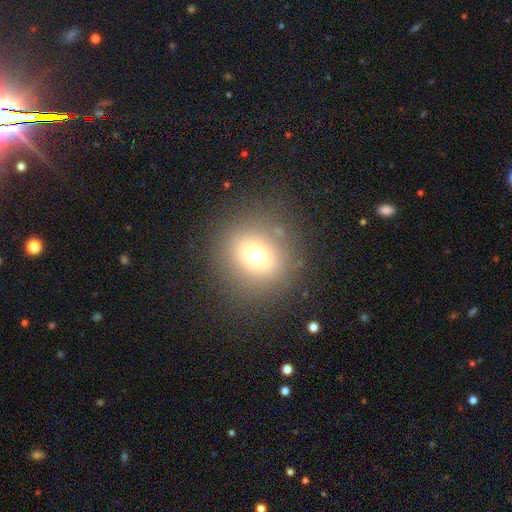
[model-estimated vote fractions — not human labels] This appears to be a smooth galaxy with no disk features (66%) that is round (84%). Merging: none (82%).